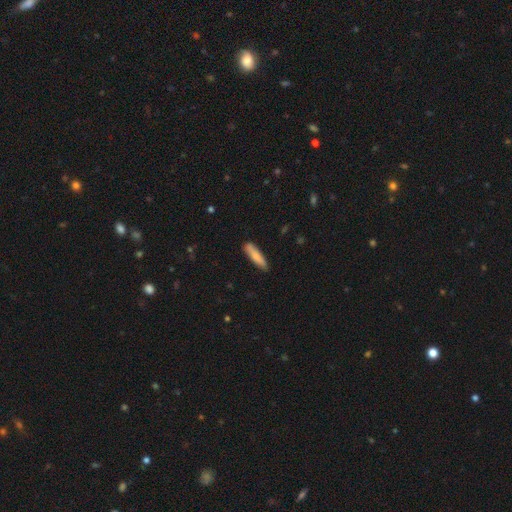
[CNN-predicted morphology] type=smooth (81%); roundness=cigar-shaped (77%); merging=none (83%).